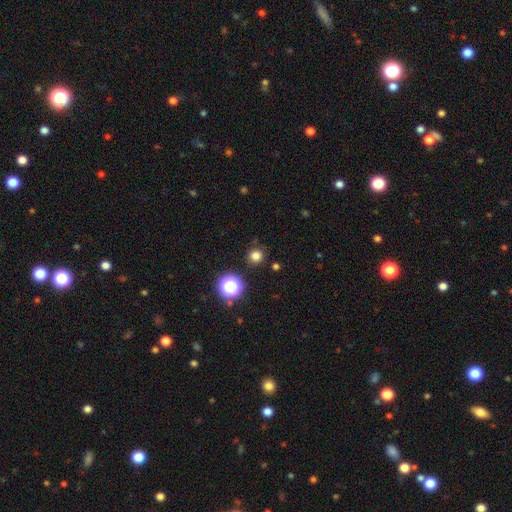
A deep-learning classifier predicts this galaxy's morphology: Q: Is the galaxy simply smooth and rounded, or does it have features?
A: smooth — 78%.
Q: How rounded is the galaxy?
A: round — 95%.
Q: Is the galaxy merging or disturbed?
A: none — 89%.